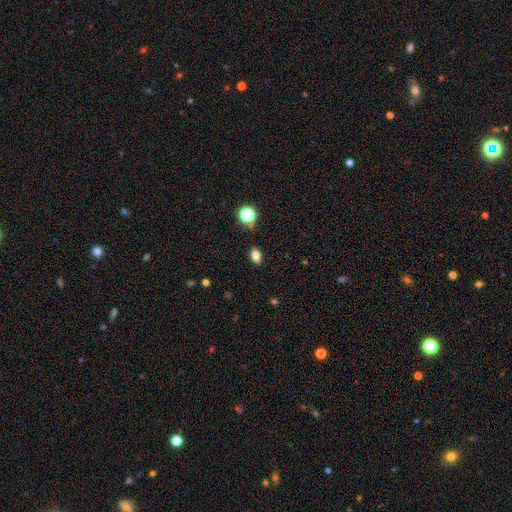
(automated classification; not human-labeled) smooth 78%, star or artifact 13%, featured or disk 9%. Down the decision tree: how rounded — in between (81%); merging — none (86%).